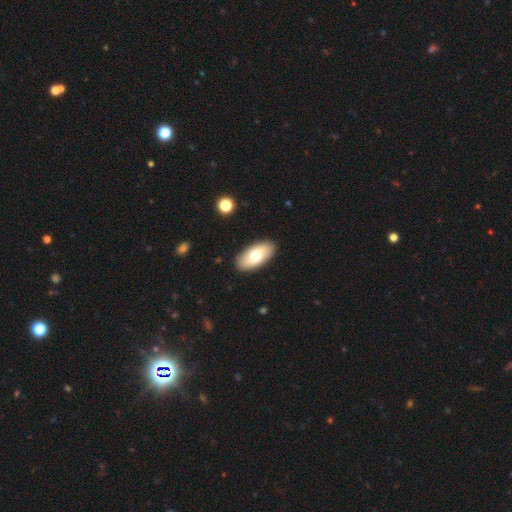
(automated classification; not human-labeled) Smooth or featured? Predicted: smooth (p=0.68). How rounded? Predicted: in between (p=0.93). Merging? Predicted: none (p=0.89).